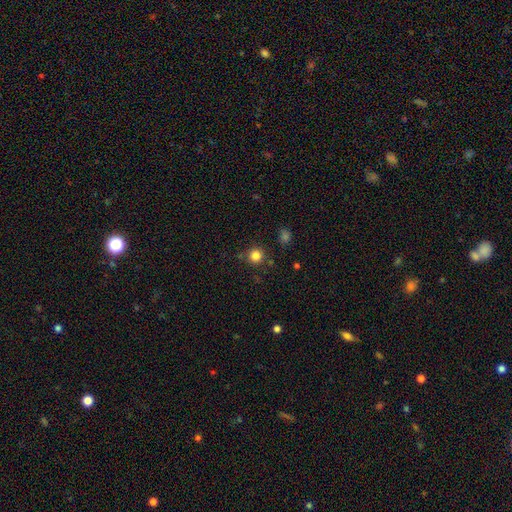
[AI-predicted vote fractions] This appears to be a smooth galaxy with no disk features (83%) that is round (94%). Merging: none (86%).